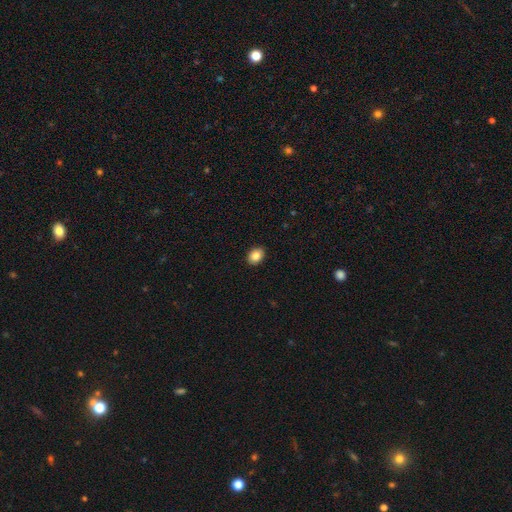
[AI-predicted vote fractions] The model was most divided on "how rounded": in between: 60%, round: 39%, cigar-shaped: 1%. More confident: merging — none (91%); smooth or featured — smooth (86%).